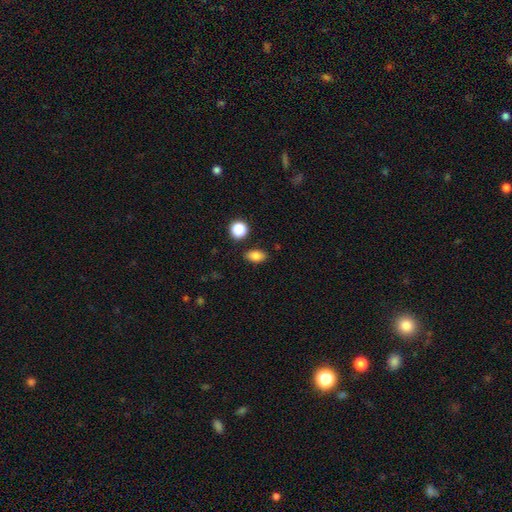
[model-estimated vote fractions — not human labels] Smooth or featured?
  - smooth: 82% *
  - star or artifact: 11%
  - featured or disk: 7%
How rounded?
  - in between: 85% *
  - round: 13%
  - cigar-shaped: 2%
Merging?
  - none: 85% *
  - minor disturbance: 10%
  - merger: 3%
  - major disturbance: 2%